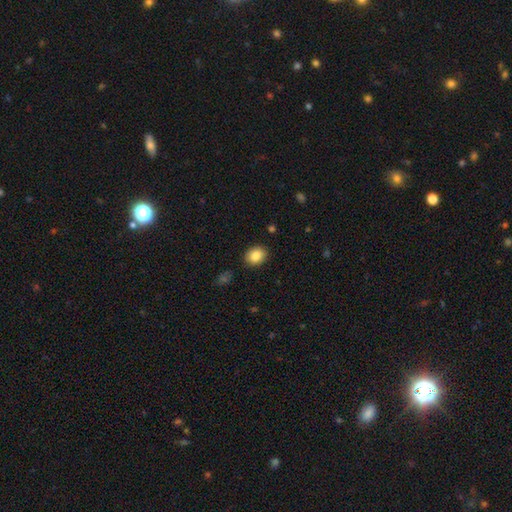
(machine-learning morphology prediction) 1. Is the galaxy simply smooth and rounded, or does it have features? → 85% smooth, 9% star or artifact, 6% featured or disk.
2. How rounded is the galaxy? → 54% in between, 45% round, 1% cigar-shaped.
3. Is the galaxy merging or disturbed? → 87% none, 9% minor disturbance, 2% major disturbance, 1% merger.